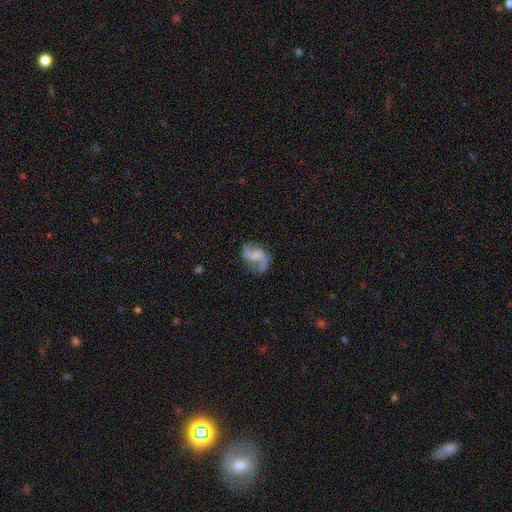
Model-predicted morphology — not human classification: This appears to be a featured or disk galaxy (81%) with a weak bar (49%), 2 (90%) loose (61%) spiral arms (94%) and no central bulge (49%). Merging: none (68%).